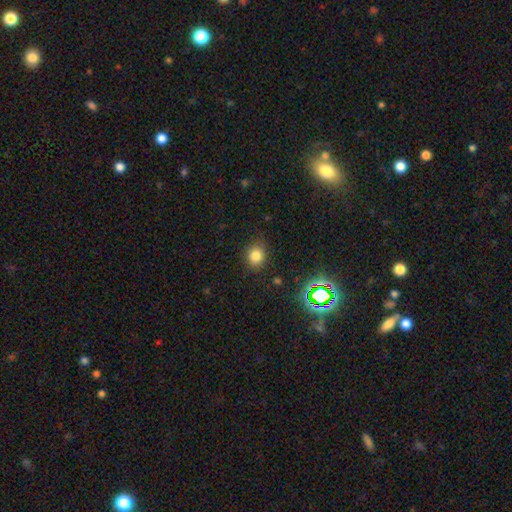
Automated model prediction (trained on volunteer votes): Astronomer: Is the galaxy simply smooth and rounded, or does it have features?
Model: smooth — 79%.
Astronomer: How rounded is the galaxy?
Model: round — 70%.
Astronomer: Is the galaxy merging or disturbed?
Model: none — 82%.